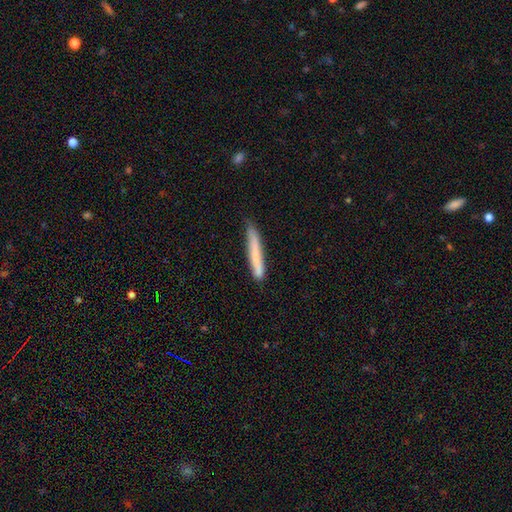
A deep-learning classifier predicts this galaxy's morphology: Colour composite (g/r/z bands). It shows a smooth galaxy with no disk features (69%) that is cigar-shaped (96%). Merging: none (77%).